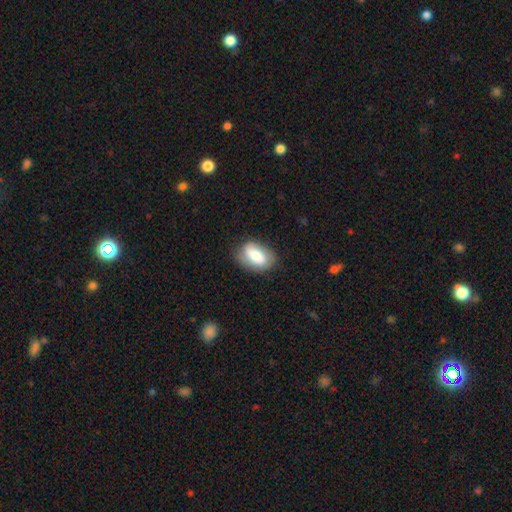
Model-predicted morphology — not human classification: This is likely a smooth galaxy (69%). How rounded: clearly in between (89%). Merging: likely none (75%).